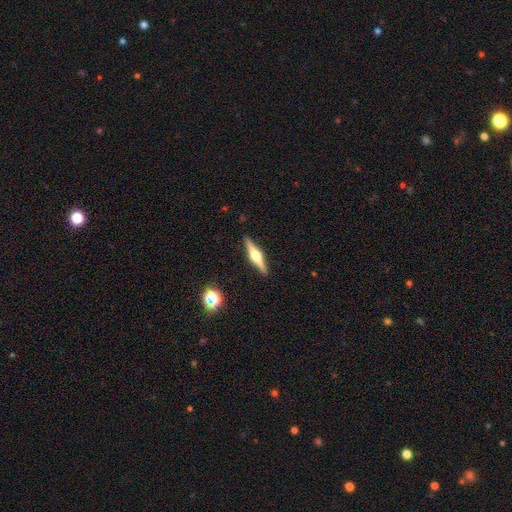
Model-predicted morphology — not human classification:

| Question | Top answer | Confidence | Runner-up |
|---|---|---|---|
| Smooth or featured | featured or disk | 78% | smooth (17%) |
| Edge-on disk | yes | 98% | no (2%) |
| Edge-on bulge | rounded | 95% | boxy (4%) |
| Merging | none | 92% | minor disturbance (6%) |